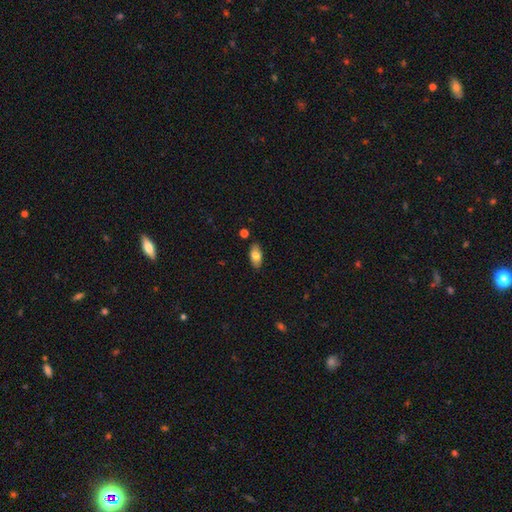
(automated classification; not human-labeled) The model was most divided on "smooth or featured": smooth: 79%, featured or disk: 14%, star or artifact: 7%. More confident: how rounded — in between (90%); merging — none (85%).